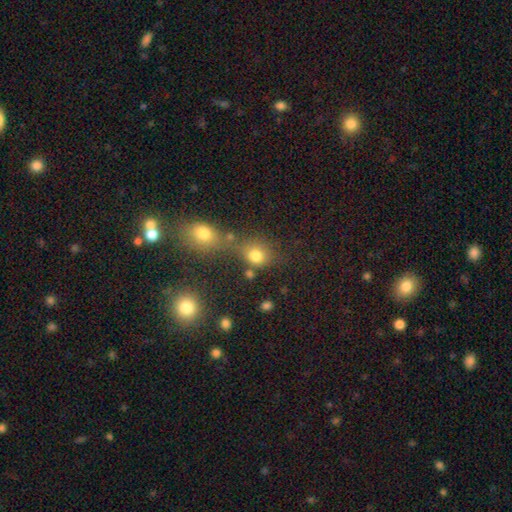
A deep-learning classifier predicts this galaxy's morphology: Smooth or featured? Predicted: smooth (p=0.77). How rounded? Predicted: round (p=0.71). Merging? Predicted: none (p=0.54).